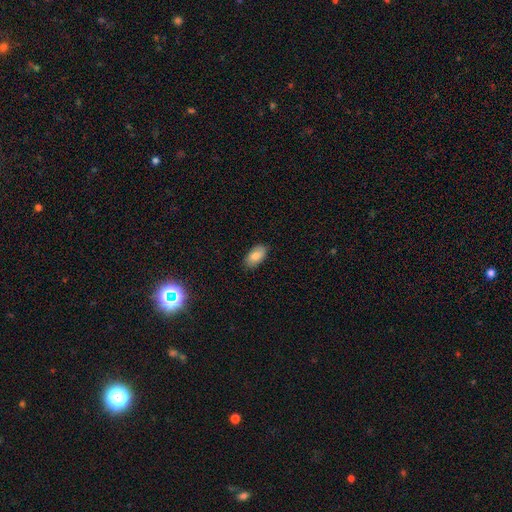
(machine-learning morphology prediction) Q: Smooth or featured?
A: smooth (84%); runner-up: featured or disk (9%)
Q: How rounded?
A: in between (94%); runner-up: round (4%)
Q: Merging?
A: none (86%); runner-up: minor disturbance (11%)